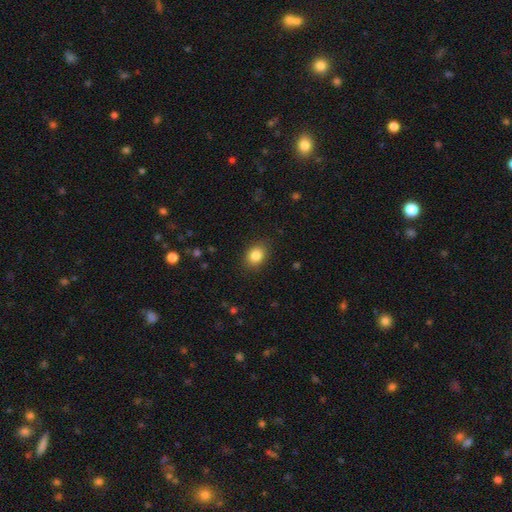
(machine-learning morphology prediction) This is clearly a smooth galaxy (85%). How rounded: possibly in between (59%). Merging: clearly none (86%).